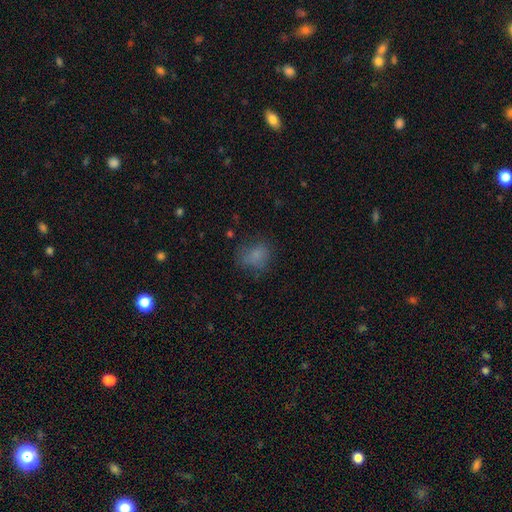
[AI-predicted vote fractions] A smooth galaxy with no disk features (76%) that is round (58%).

Vote fractions:
- Smooth or featured? smooth: 76% / star or artifact: 14% / featured or disk: 10%
- How rounded? round: 58% / in between: 41% / cigar-shaped: 1%
- Merging? none: 64% / minor disturbance: 21% / major disturbance: 12% / merger: 2%